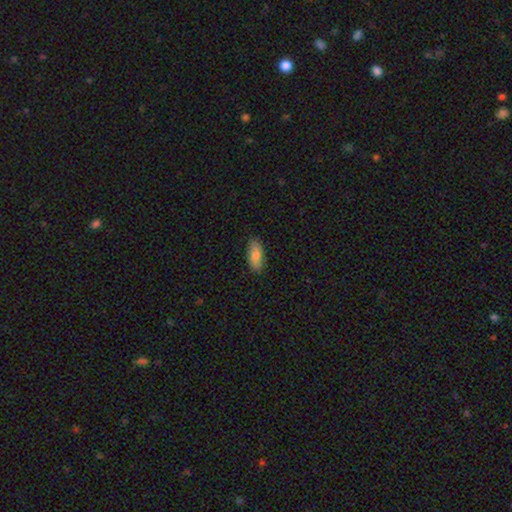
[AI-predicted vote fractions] Smooth or featured?
  - smooth: 83% *
  - featured or disk: 11%
  - star or artifact: 6%
How rounded?
  - in between: 83% *
  - cigar-shaped: 15%
  - round: 2%
Merging?
  - none: 85% *
  - minor disturbance: 12%
  - major disturbance: 2%
  - merger: 1%